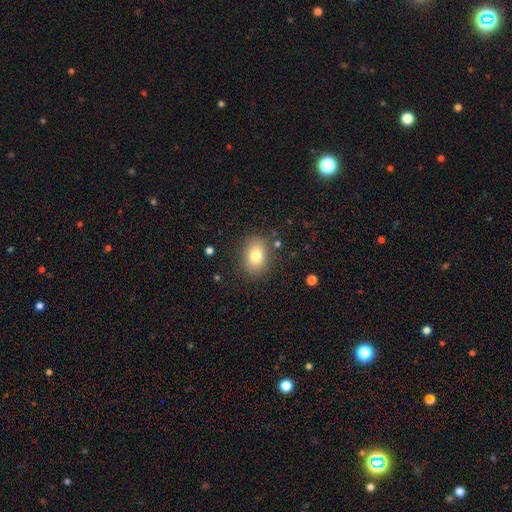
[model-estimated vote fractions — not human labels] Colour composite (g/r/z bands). It shows a smooth galaxy with no disk features (78%) that is in between round and cigar-shaped (67%). Merging: none (84%).